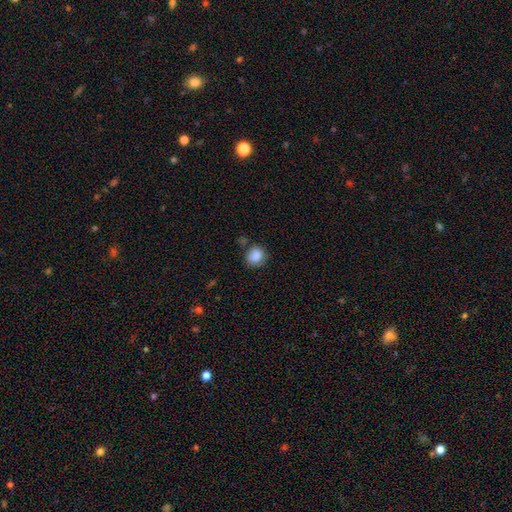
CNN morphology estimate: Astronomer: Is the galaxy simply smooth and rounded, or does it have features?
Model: smooth — 88%.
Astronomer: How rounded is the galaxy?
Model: round — 76%.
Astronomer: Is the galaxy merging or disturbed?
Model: none — 74%.